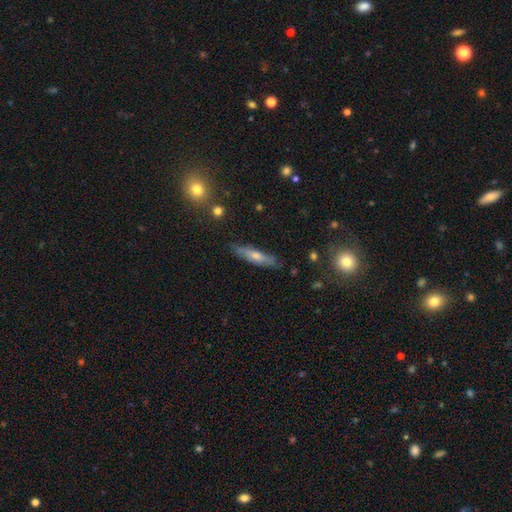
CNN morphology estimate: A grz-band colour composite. It shows a smooth galaxy with no disk features (49%). Merging: none (82%).